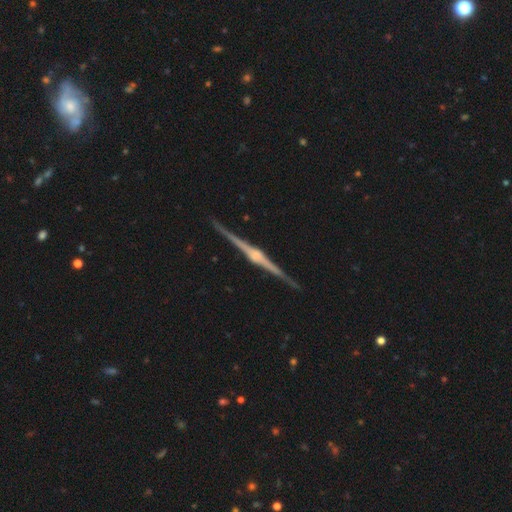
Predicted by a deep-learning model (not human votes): Morphology: type=featured or disk (90%); edge-on=yes (99%); edge-on bulge=rounded (72%); merging=none (92%).